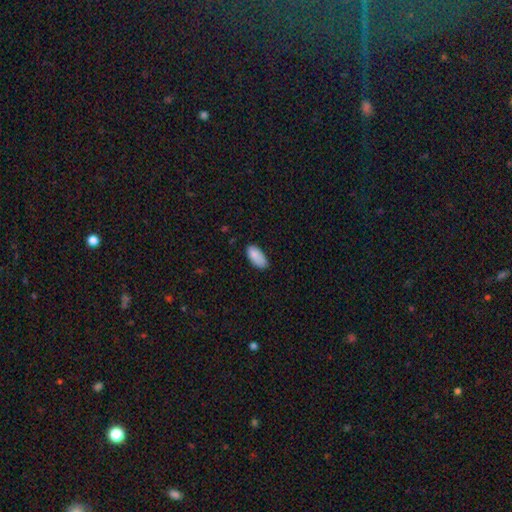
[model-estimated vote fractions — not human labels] smooth_or_featured: smooth (p=0.85) [alt: featured or disk p=0.07]
how_rounded: in between (p=0.94) [alt: cigar-shaped p=0.04]
merging: none (p=0.67) [alt: minor disturbance p=0.27]